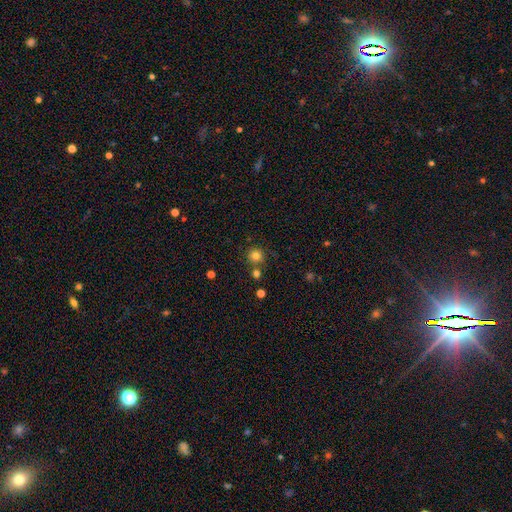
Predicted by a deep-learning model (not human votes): Smooth or featured?
  - smooth: 80% *
  - star or artifact: 14%
  - featured or disk: 6%
How rounded?
  - round: 93% *
  - in between: 6%
  - cigar-shaped: 1%
Merging?
  - none: 77% *
  - merger: 12%
  - minor disturbance: 8%
  - major disturbance: 3%